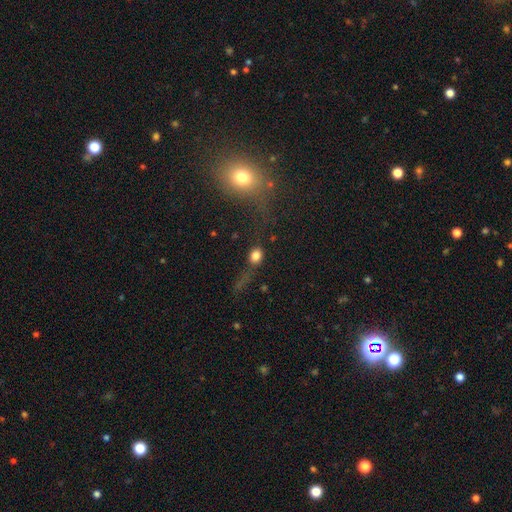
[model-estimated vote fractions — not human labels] A smooth galaxy with no disk features (77%) that is round (57%).

Vote fractions:
- Smooth or featured? smooth: 77% / star or artifact: 14% / featured or disk: 9%
- How rounded? round: 57% / in between: 39% / cigar-shaped: 4%
- Merging? none: 60% / minor disturbance: 17% / major disturbance: 15% / merger: 9%